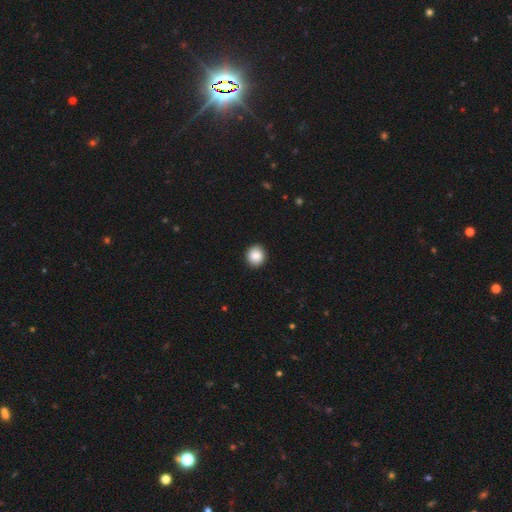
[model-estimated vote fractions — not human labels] Smooth or featured?
  - smooth: 88% *
  - star or artifact: 8%
  - featured or disk: 4%
How rounded?
  - round: 84% *
  - in between: 15%
  - cigar-shaped: 1%
Merging?
  - none: 92% *
  - minor disturbance: 6%
  - major disturbance: 2%
  - merger: 1%